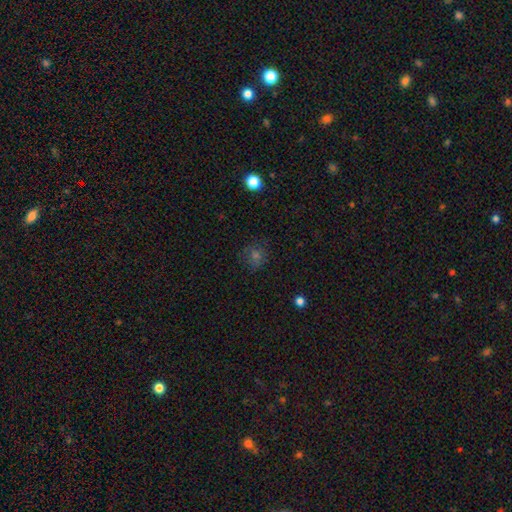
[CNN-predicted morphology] Q: Smooth or featured?
A: smooth (60%); runner-up: star or artifact (27%)
Q: How rounded?
A: round (82%); runner-up: in between (17%)
Q: Merging?
A: none (76%); runner-up: minor disturbance (15%)